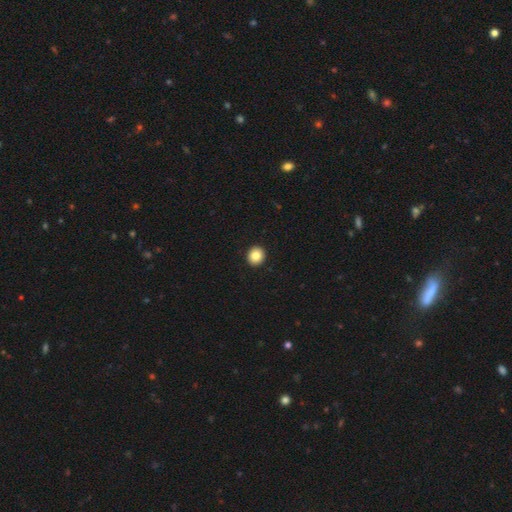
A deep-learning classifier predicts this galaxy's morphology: Smooth or featured? Predicted: smooth (p=0.85). How rounded? Predicted: round (p=0.84). Merging? Predicted: none (p=0.94).